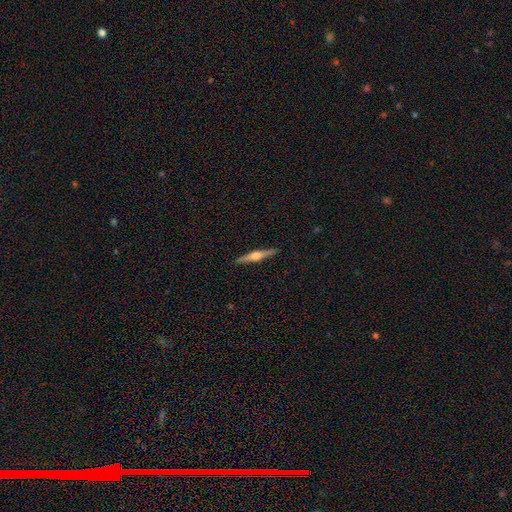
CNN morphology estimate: Overall: featured or disk (71%). Edge-on disk: yes (98%). Edge-on bulge: rounded (92%). Merging: none (91%).